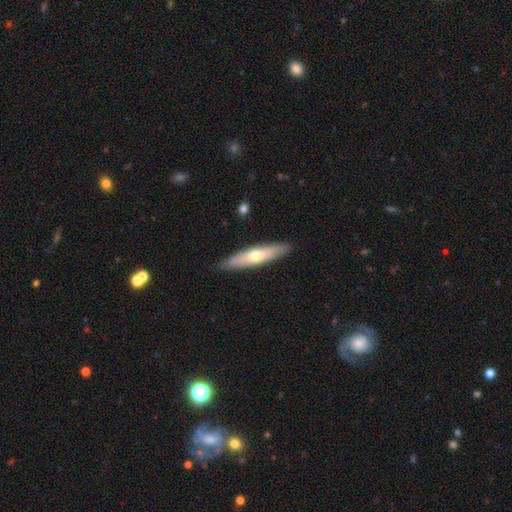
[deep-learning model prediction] Q: Smooth or featured?
A: smooth (51%); runner-up: featured or disk (44%)
Q: How rounded?
A: cigar-shaped (79%); runner-up: in between (20%)
Q: Merging?
A: none (87%); runner-up: minor disturbance (10%)